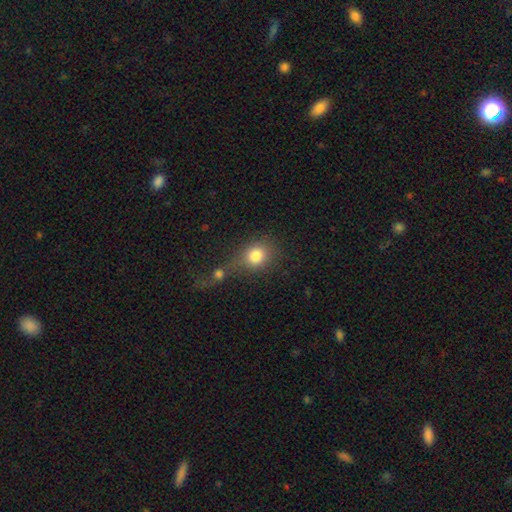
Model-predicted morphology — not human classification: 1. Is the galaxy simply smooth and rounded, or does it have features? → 81% smooth, 10% star or artifact, 9% featured or disk.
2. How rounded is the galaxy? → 70% round, 28% in between, 1% cigar-shaped.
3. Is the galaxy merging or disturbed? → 41% none, 37% merger, 11% minor disturbance, 11% major disturbance.